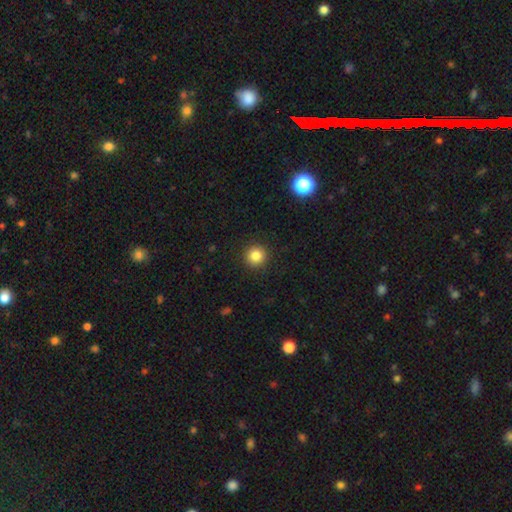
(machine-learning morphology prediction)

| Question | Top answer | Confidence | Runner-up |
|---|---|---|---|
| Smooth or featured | smooth | 84% | star or artifact (11%) |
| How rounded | round | 95% | in between (4%) |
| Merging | none | 92% | minor disturbance (5%) |